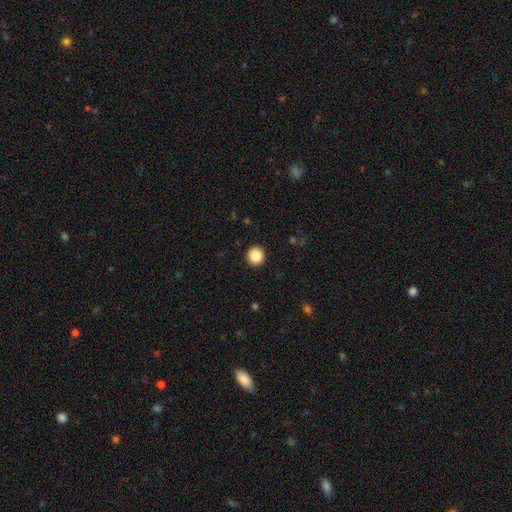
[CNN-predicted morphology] This is clearly a smooth galaxy (88%). How rounded: clearly round (92%). Merging: clearly none (92%).